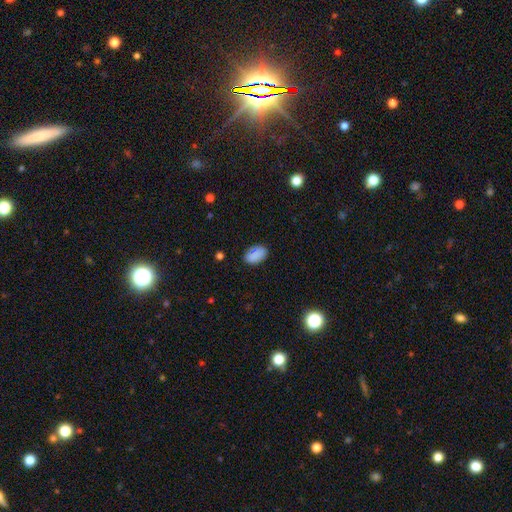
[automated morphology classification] This is clearly a smooth galaxy (85%). How rounded: clearly in between (92%). Merging: clearly none (82%).